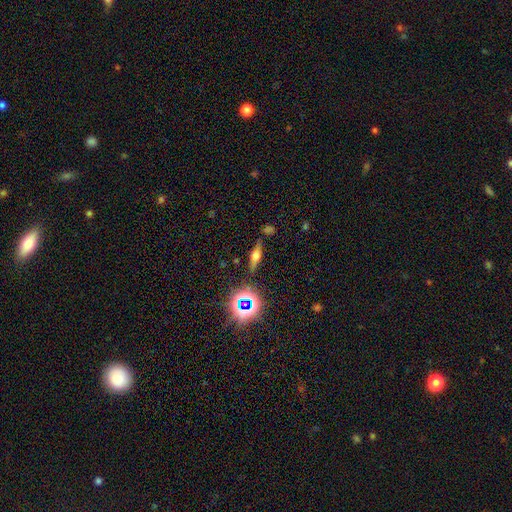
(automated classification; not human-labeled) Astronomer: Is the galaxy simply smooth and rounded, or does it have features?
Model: featured or disk — 45% (runner-up: smooth, 36%).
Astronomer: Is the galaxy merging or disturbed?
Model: none — 81%.